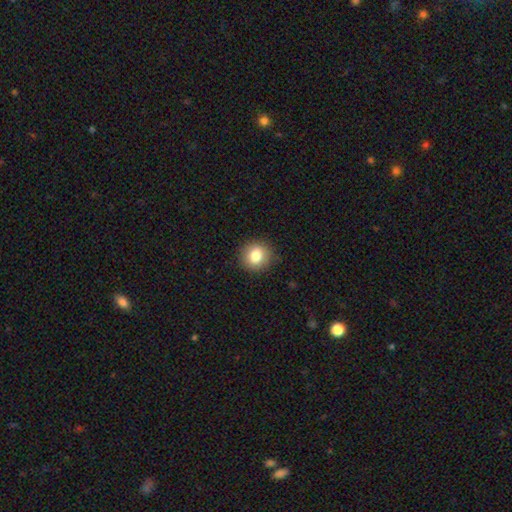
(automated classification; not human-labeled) Smooth or featured? Predicted: smooth (p=0.82). How rounded? Predicted: round (p=0.84). Merging? Predicted: none (p=0.89).